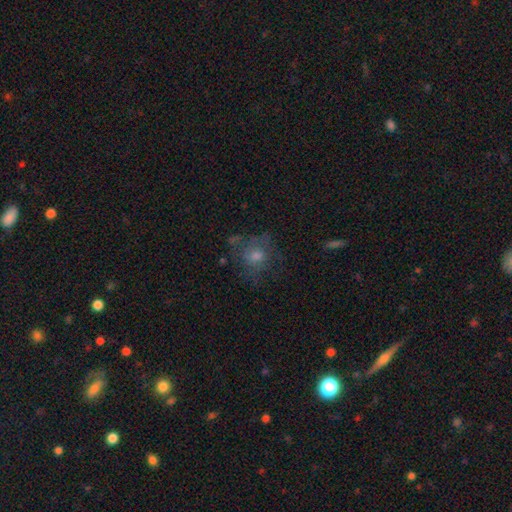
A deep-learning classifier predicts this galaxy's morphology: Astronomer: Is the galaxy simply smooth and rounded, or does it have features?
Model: smooth — 46% (runner-up: featured or disk, 36%).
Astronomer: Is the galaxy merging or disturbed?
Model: none — 60%.